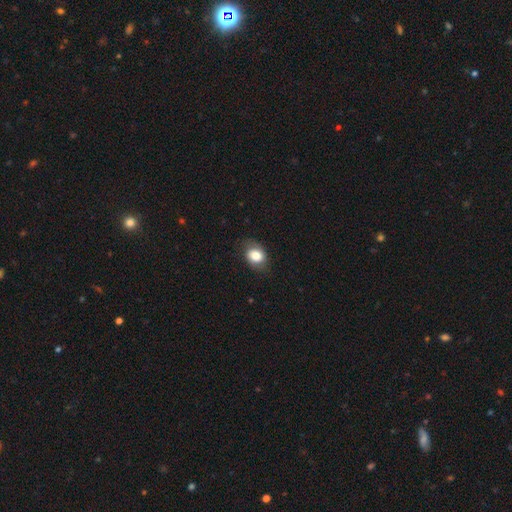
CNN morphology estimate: A smooth galaxy with no disk features (79%) that is in between round and cigar-shaped (61%). Merging: none (75%).